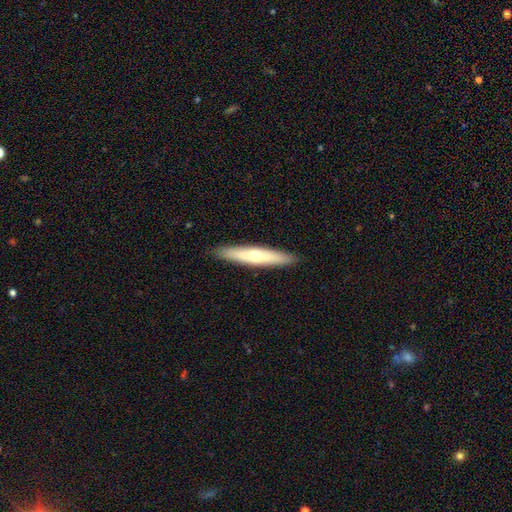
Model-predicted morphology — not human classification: smooth-or-featured: smooth: 49% | featured or disk: 45% | star or artifact: 5%
  merging: none: 91% | minor disturbance: 7% | major disturbance: 1% | merger: 1%